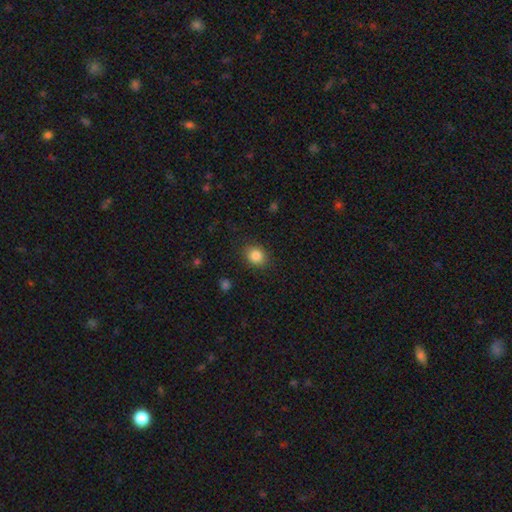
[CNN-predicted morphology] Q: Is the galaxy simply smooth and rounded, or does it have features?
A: smooth — 85%.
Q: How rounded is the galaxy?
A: round — 62%.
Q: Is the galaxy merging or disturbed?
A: none — 88%.